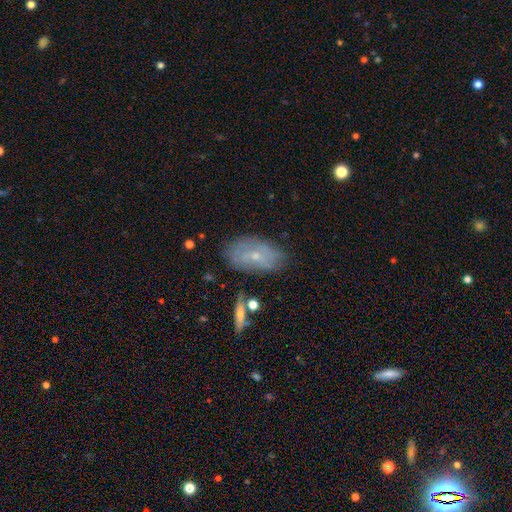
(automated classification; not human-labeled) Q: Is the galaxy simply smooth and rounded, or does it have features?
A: featured or disk — 52%.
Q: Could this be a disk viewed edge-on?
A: no — 89%.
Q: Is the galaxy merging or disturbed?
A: none — 72%.